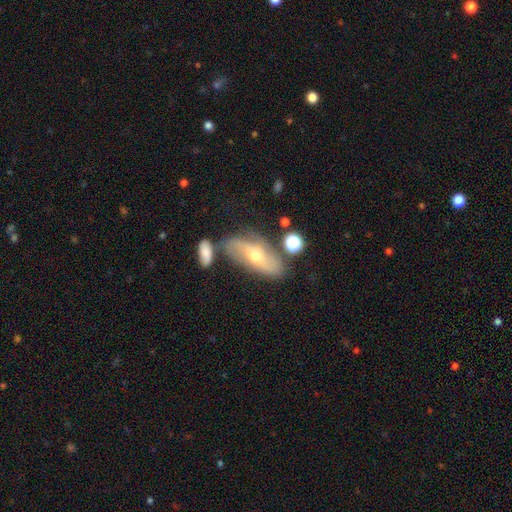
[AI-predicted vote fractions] Q: Smooth or featured?
A: featured or disk (59%); runner-up: smooth (32%)
Q: Edge-on disk?
A: no (79%); runner-up: yes (21%)
Q: Merging?
A: none (60%); runner-up: minor disturbance (19%)